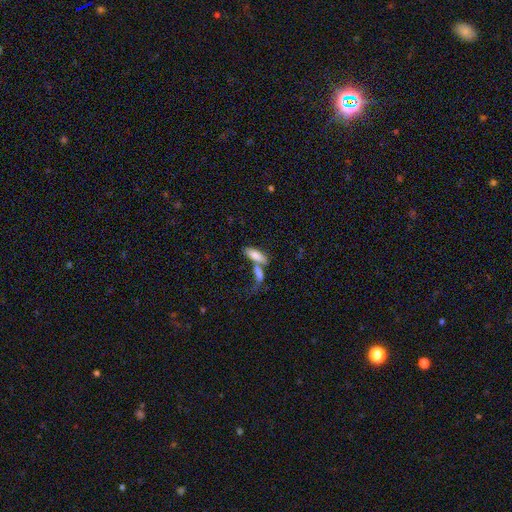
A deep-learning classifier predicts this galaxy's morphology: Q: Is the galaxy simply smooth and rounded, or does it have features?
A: smooth — 75%.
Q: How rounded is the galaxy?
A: in between — 68%.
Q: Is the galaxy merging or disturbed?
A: merger — 54%.